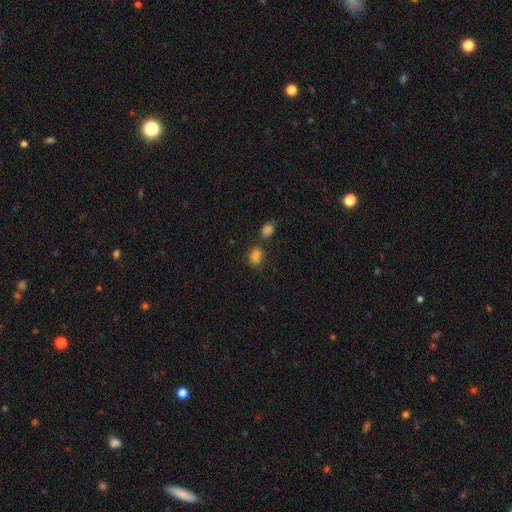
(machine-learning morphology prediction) type=smooth (83%); roundness=in between (74%); merging=none (60%).